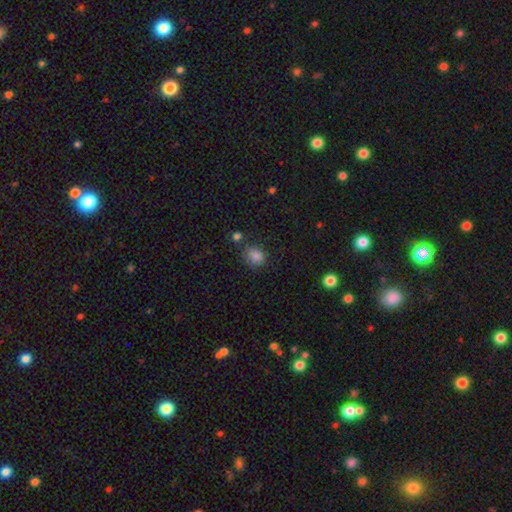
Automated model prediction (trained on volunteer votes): A smooth galaxy with no disk features (83%) that is round (58%). Merging: none (67%).